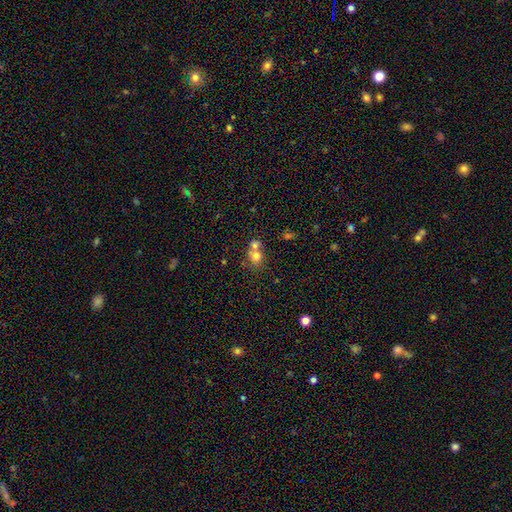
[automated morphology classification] Smooth or featured: smooth — 73% (featured or disk — 15%)
How rounded: round — 73% (in between — 26%)
Merging: merger — 58% (none — 32%)